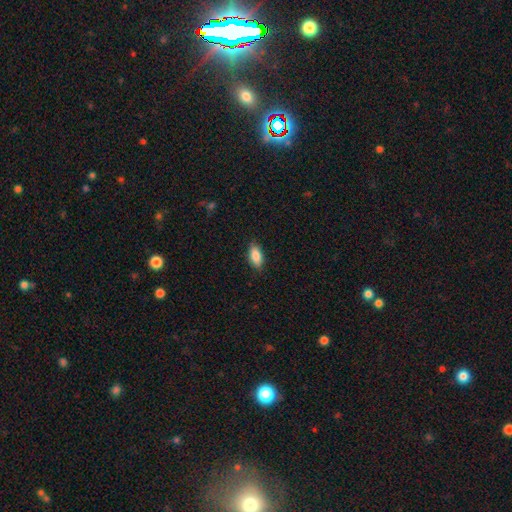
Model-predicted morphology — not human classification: This appears to be a smooth galaxy with no disk features (88%) that is in between round and cigar-shaped (89%). Merging: none (87%).